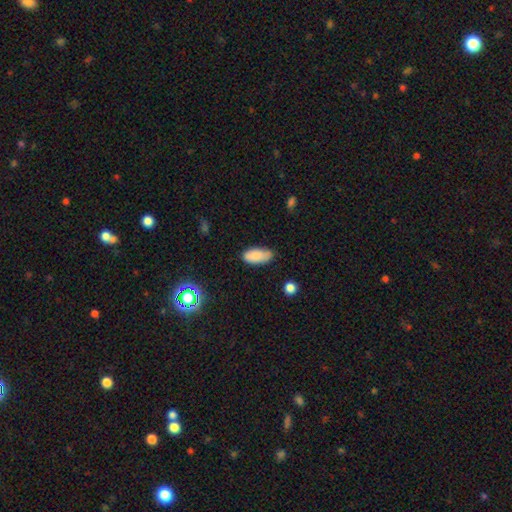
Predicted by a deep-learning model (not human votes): The model was most divided on "merging": none: 71%, minor disturbance: 23%, major disturbance: 4%, merger: 2%. More confident: how rounded — in between (91%); smooth or featured — smooth (83%).